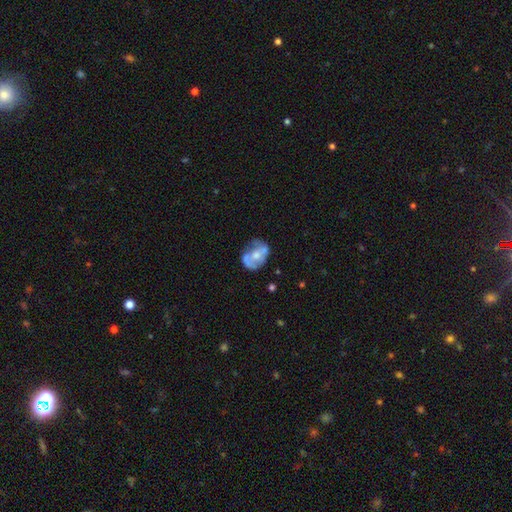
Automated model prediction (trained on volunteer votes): This appears to be a featured or disk galaxy (57%) with no bar (73%), no spiral arms (59%) and a moderate central bulge (56%). Merging: none (47%).